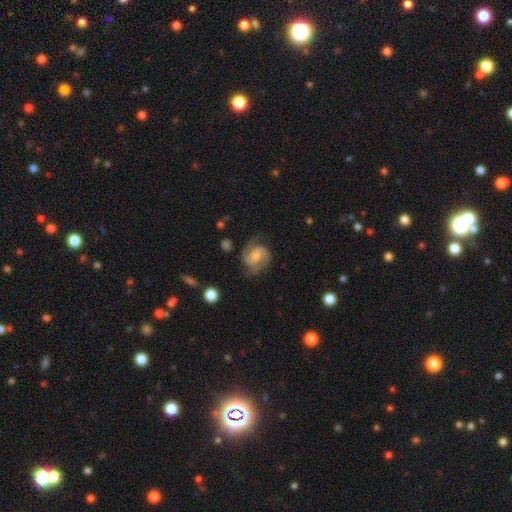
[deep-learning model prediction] Smooth or featured?
  - featured or disk: 79% *
  - smooth: 15%
  - star or artifact: 6%
Edge-on disk?
  - no: 98% *
  - yes: 2%
Bar?
  - weak: 44% *
  - no: 41%
  - strong: 15%
Spiral arms?
  - yes: 96% *
  - no: 4%
Spiral winding?
  - medium: 53% *
  - tight: 27%
  - loose: 20%
Spiral arm count?
  - 2: 84% *
  - 3: 6%
  - can't tell: 6%
  - 1: 2%
  - 4: 1%
  - more than 4: 1%
Bulge size?
  - small: 44% *
  - moderate: 42%
  - none: 8%
  - large: 6%
  - dominant: 1%
Merging?
  - none: 69% *
  - minor disturbance: 19%
  - major disturbance: 10%
  - merger: 2%